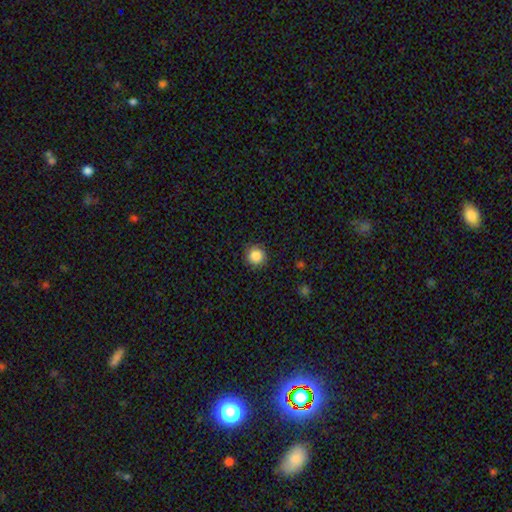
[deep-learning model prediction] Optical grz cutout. It shows a smooth galaxy with no disk features (85%) that is round (93%). Merging: none (87%).